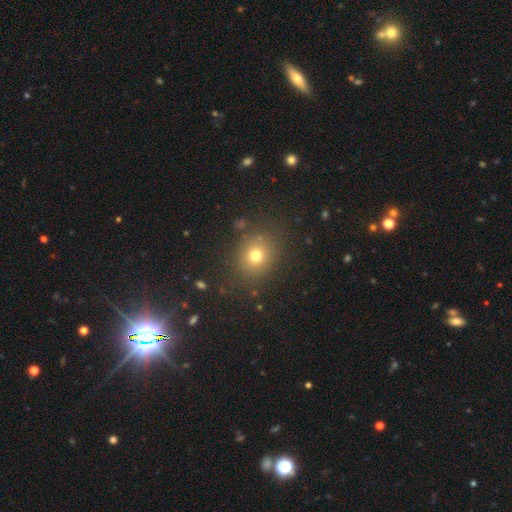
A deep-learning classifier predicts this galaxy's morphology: smooth-or-featured: smooth: 74% | star or artifact: 17% | featured or disk: 9%
  how-rounded: round: 76% | in between: 23% | cigar-shaped: 1%
  merging: none: 84% | minor disturbance: 10% | major disturbance: 4% | merger: 2%